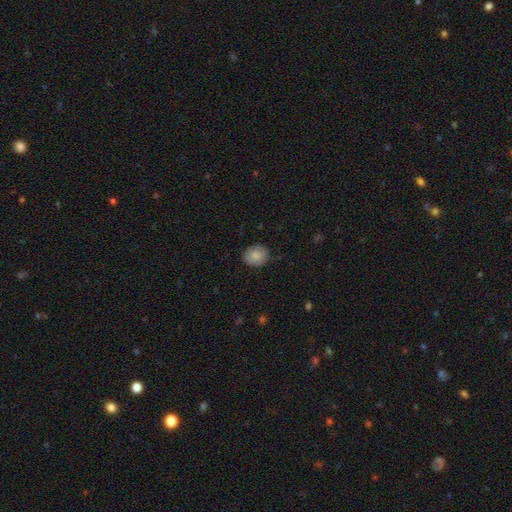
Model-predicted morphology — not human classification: Overall: smooth (85%). How rounded: round (62%; in between 37%). Merging: none (82%).